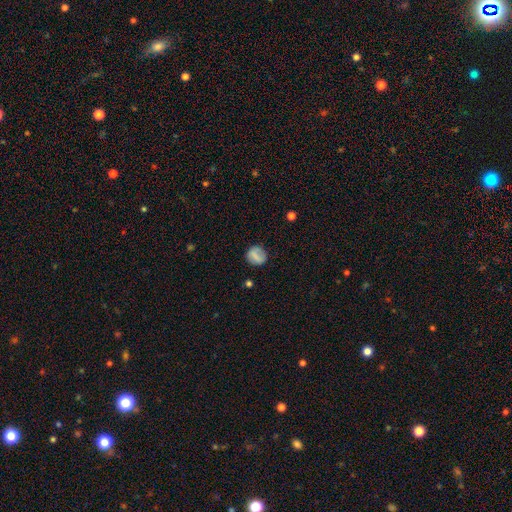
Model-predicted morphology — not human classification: Smooth or featured? smooth (70%)
How rounded? round (80%)
Merging? none (78%)